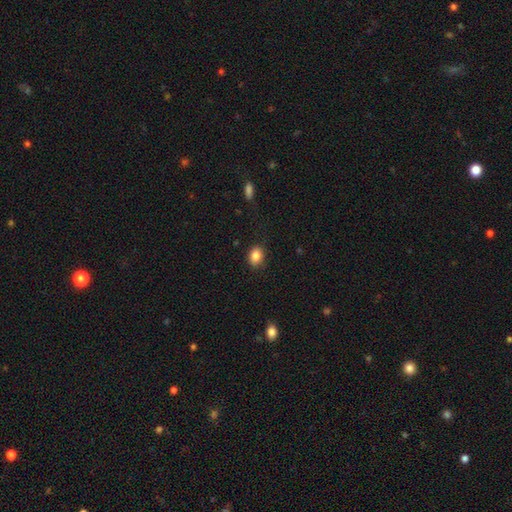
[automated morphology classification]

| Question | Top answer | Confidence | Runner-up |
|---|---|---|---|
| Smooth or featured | smooth | 86% | star or artifact (9%) |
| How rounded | in between | 72% | round (27%) |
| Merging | none | 85% | minor disturbance (11%) |